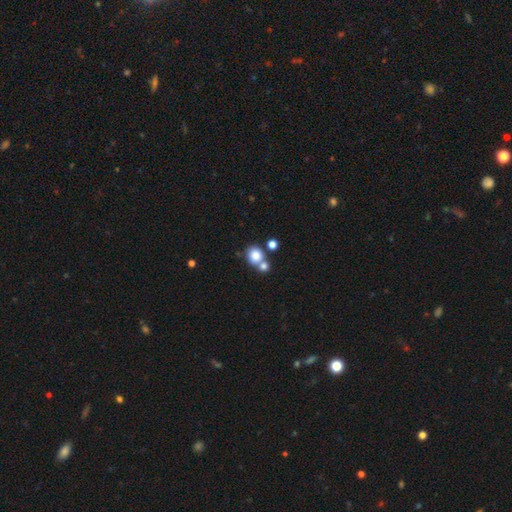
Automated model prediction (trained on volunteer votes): Overall: smooth (81%). How rounded: round (81%). Merging: none (49%; merger 39%).